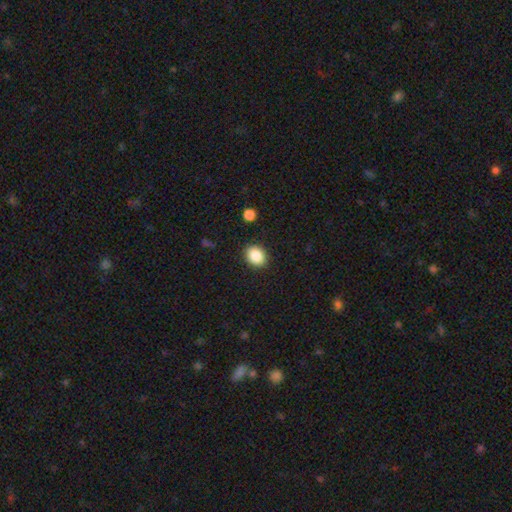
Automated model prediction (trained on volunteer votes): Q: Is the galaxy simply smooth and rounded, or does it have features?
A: smooth — 87%.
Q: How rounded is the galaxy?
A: in between — 52%.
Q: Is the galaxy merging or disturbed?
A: none — 88%.